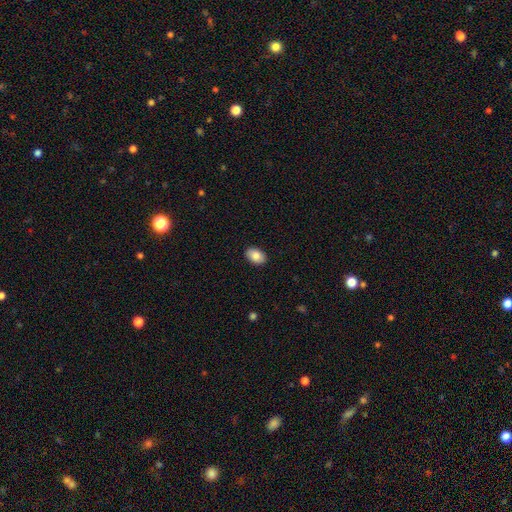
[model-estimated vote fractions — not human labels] This is clearly a smooth galaxy (86%). How rounded: clearly in between (88%). Merging: clearly none (90%).